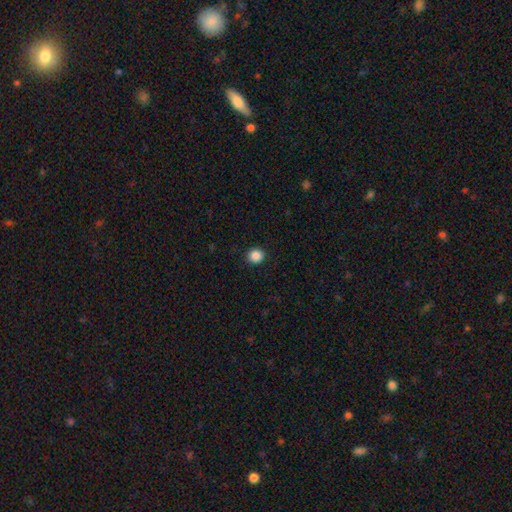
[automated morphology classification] This is clearly a smooth galaxy (88%). How rounded: clearly round (92%). Merging: clearly none (93%).